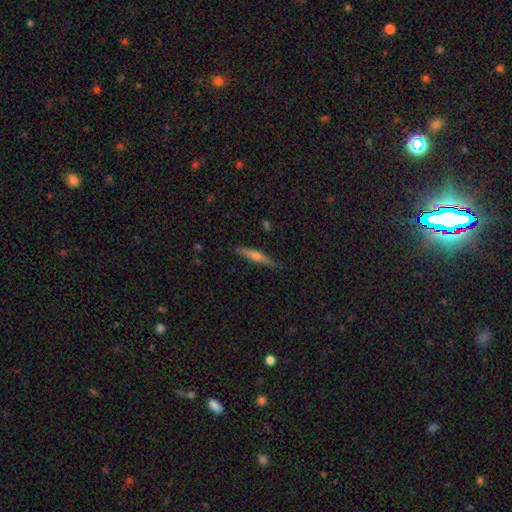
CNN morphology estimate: Overall: featured or disk (63%; smooth 30%). Edge-on disk: yes (97%). Edge-on bulge: rounded (86%). Merging: none (88%).